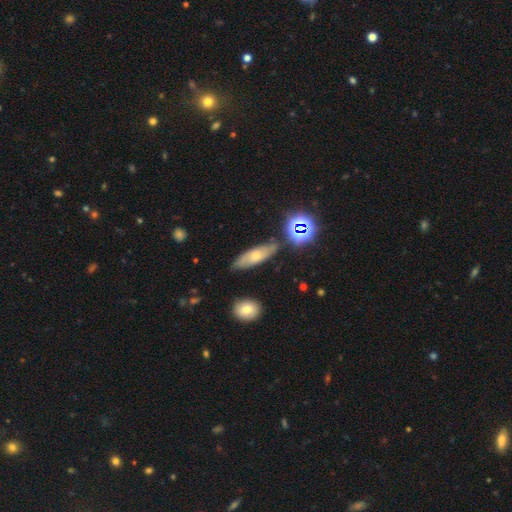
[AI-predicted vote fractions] smooth-or-featured: smooth: 54% | featured or disk: 34% | star or artifact: 12%
  how-rounded: in between: 53% | cigar-shaped: 44% | round: 4%
  merging: none: 74% | minor disturbance: 18% | merger: 5% | major disturbance: 4%